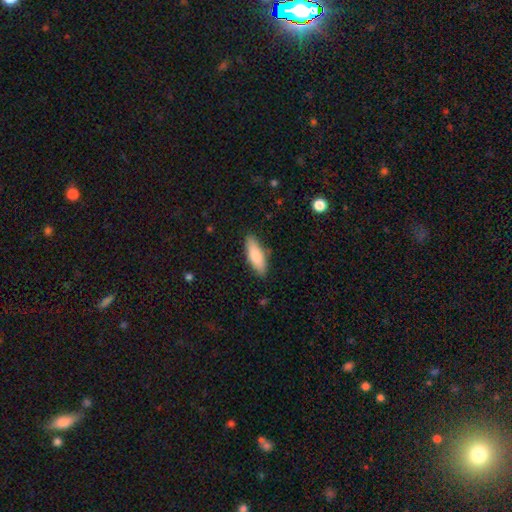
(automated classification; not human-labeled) smooth_or_featured: smooth (p=0.80) [alt: featured or disk p=0.15]
how_rounded: in between (p=0.58) [alt: cigar-shaped p=0.40]
merging: none (p=0.85) [alt: minor disturbance p=0.11]